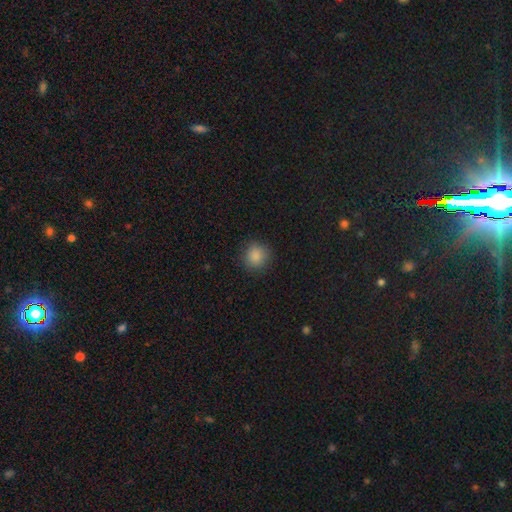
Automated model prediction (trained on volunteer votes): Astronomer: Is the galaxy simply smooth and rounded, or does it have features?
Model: smooth — 86%.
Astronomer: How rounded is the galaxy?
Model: round — 91%.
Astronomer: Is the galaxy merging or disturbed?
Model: none — 88%.